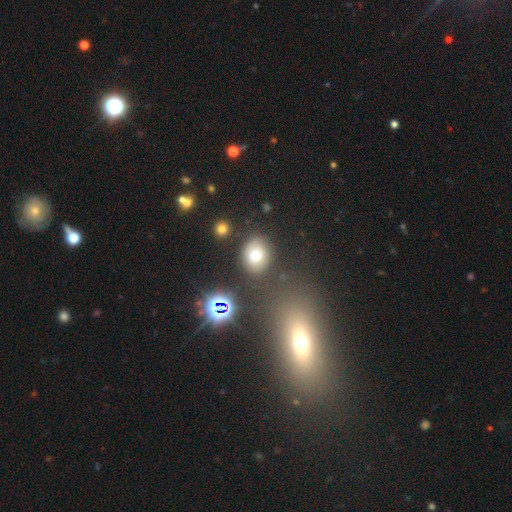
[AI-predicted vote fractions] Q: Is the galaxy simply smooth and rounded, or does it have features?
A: smooth — 72%.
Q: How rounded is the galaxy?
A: in between — 50%.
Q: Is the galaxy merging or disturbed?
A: none — 81%.